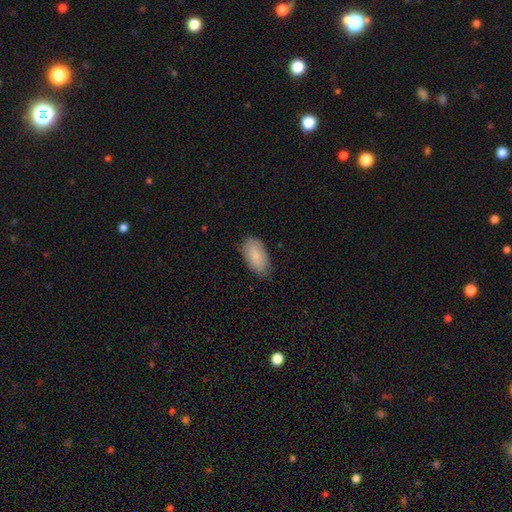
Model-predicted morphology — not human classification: The model was most divided on "merging": none: 77%, minor disturbance: 19%, major disturbance: 3%, merger: 1%. More confident: how rounded — in between (94%); smooth or featured — smooth (86%).